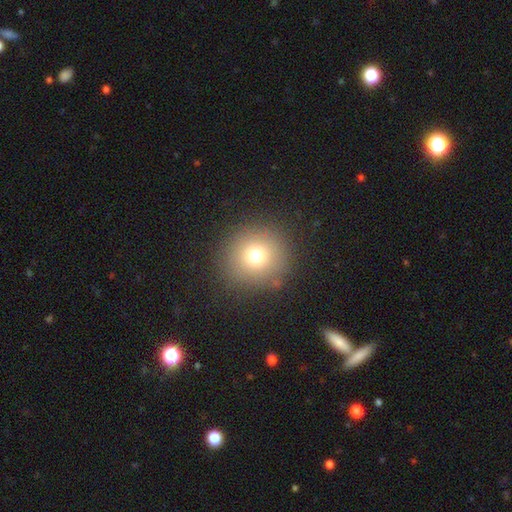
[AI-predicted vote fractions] smooth-or-featured: smooth: 74% | star or artifact: 16% | featured or disk: 11%
  how-rounded: round: 94% | in between: 5% | cigar-shaped: 1%
  merging: none: 88% | minor disturbance: 7% | major disturbance: 3% | merger: 1%